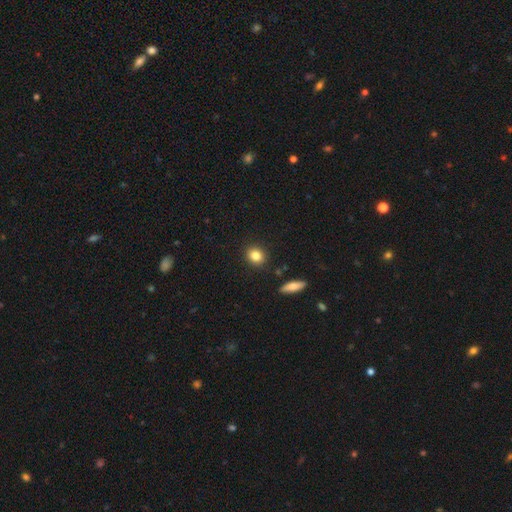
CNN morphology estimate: A smooth galaxy with no disk features (83%) that is round (67%). Merging: none (89%).